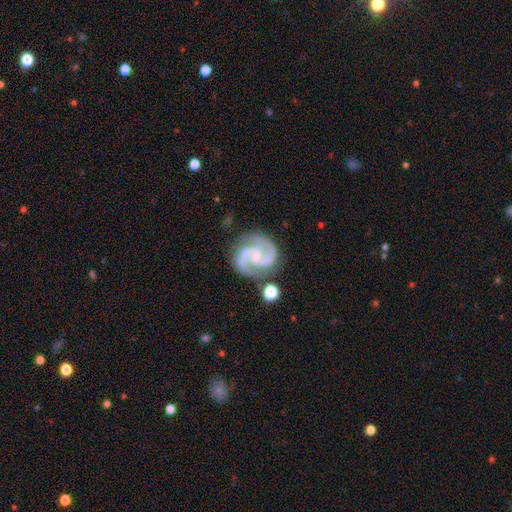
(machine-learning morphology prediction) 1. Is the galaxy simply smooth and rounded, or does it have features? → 92% featured or disk, 5% star or artifact, 4% smooth.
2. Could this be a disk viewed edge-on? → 98% no, 2% yes.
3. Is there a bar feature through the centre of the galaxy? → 46% weak, 38% no, 16% strong.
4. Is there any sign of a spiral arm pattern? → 98% yes, 2% no.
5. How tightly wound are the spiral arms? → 61% medium, 28% tight, 10% loose.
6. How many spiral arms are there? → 88% 2, 6% 3, 2% can't tell, 1% 1, 1% 4, 1% more than 4.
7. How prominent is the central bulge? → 59% small, 20% none, 19% moderate, 1% large, 1% dominant.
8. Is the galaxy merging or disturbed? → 74% none, 16% minor disturbance, 6% major disturbance, 4% merger.